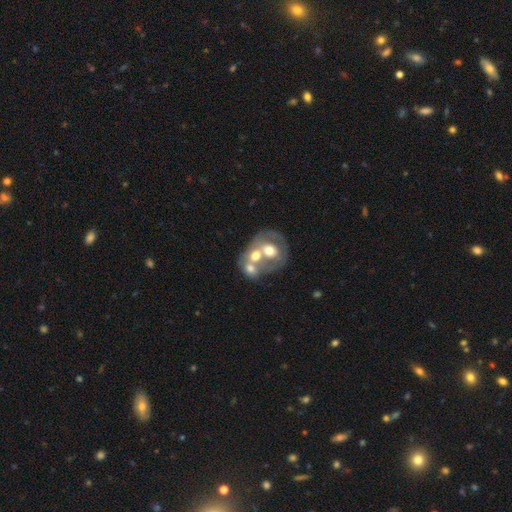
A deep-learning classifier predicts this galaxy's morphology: Smooth or featured? Predicted: featured or disk (p=0.50). Merging? Predicted: merger (p=0.67).